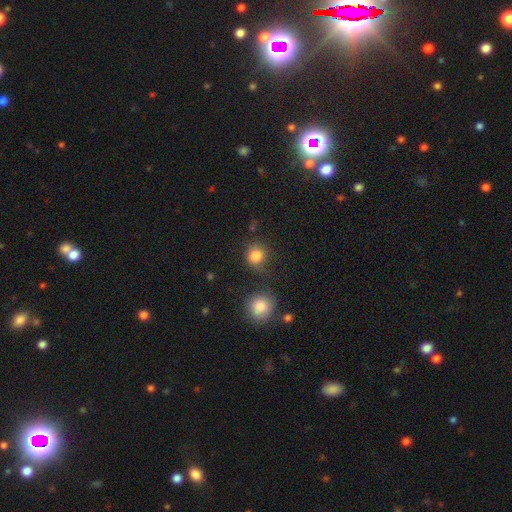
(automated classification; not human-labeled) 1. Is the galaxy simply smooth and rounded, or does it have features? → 83% smooth, 12% star or artifact, 5% featured or disk.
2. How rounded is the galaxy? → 84% round, 15% in between, 1% cigar-shaped.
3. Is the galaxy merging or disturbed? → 71% none, 14% minor disturbance, 9% merger, 6% major disturbance.